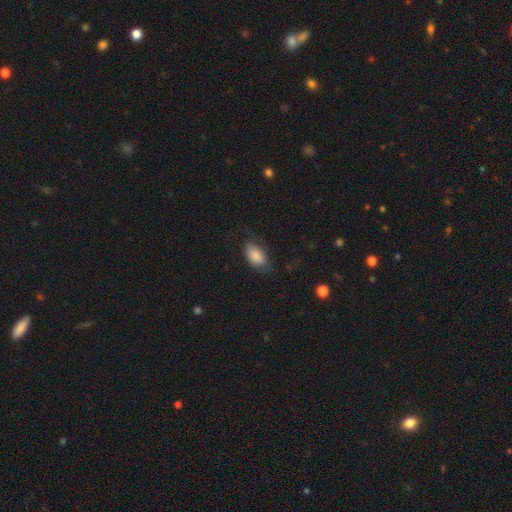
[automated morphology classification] Smooth or featured: smooth — 82% (featured or disk — 11%)
How rounded: in between — 93% (round — 6%)
Merging: none — 65% (minor disturbance — 22%)